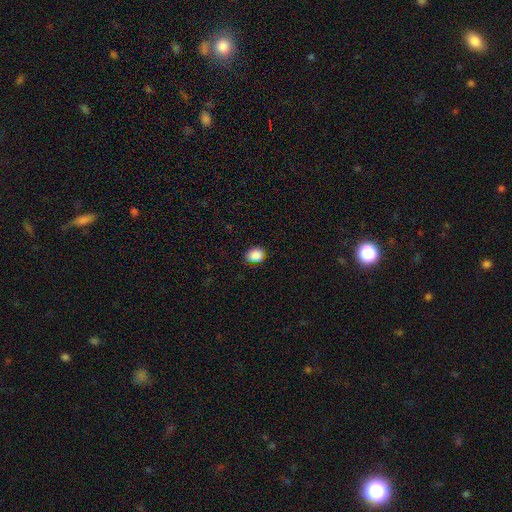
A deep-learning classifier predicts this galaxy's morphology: The model was most divided on "how rounded": round: 52%, in between: 47%, cigar-shaped: 1%. More confident: smooth or featured — smooth (87%); merging — none (82%).